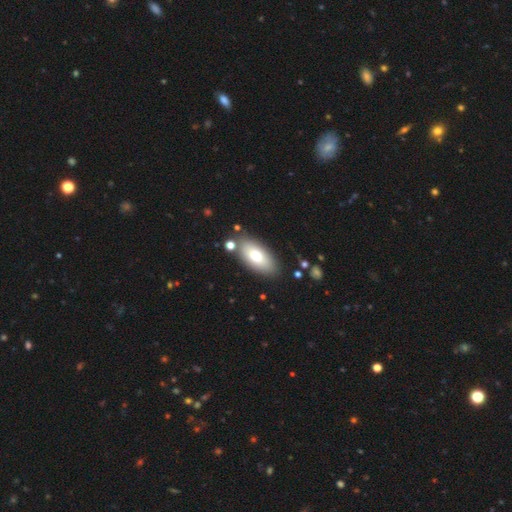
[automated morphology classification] Smooth or featured? Predicted: smooth (p=0.73). How rounded? Predicted: in between (p=0.91). Merging? Predicted: none (p=0.80).